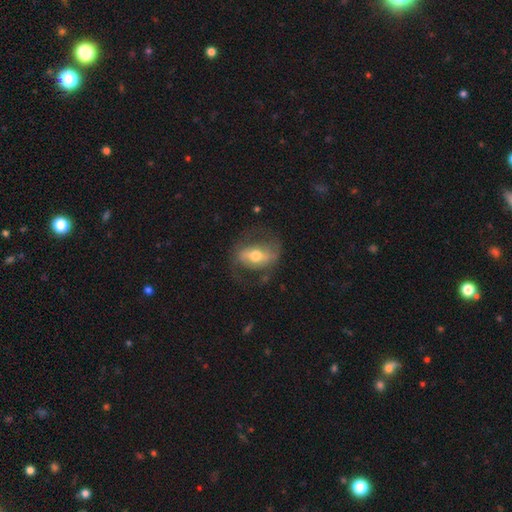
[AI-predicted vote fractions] Q: Smooth or featured?
A: featured or disk (66%); runner-up: smooth (28%)
Q: Edge-on disk?
A: no (92%); runner-up: yes (8%)
Q: Bar?
A: strong (44%); runner-up: weak (33%)
Q: Spiral arms?
A: yes (70%); runner-up: no (30%)
Q: Bulge size?
A: moderate (71%); runner-up: small (14%)
Q: Merging?
A: none (61%); runner-up: major disturbance (18%)